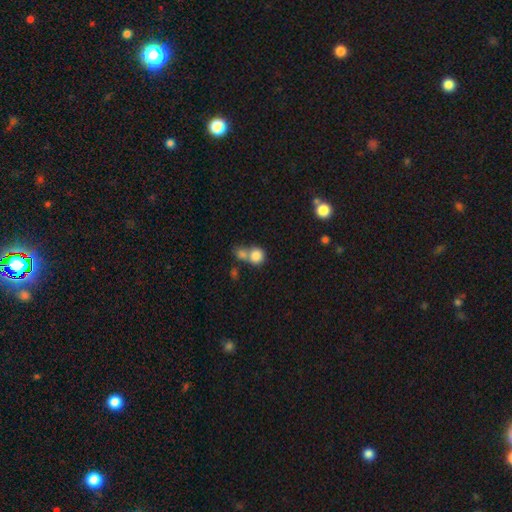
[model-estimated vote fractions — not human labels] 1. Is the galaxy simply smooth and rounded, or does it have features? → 83% smooth, 9% star or artifact, 8% featured or disk.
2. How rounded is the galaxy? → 84% round, 14% in between, 1% cigar-shaped.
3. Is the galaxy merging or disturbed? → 49% merger, 39% none, 8% minor disturbance, 4% major disturbance.